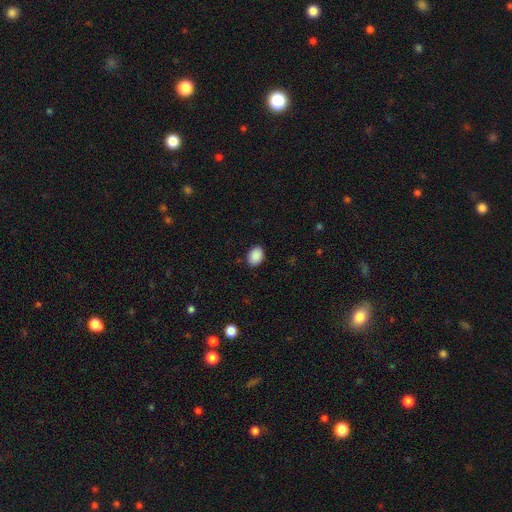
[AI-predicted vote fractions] This is clearly a smooth galaxy (90%). How rounded: likely in between (75%). Merging: clearly none (88%).